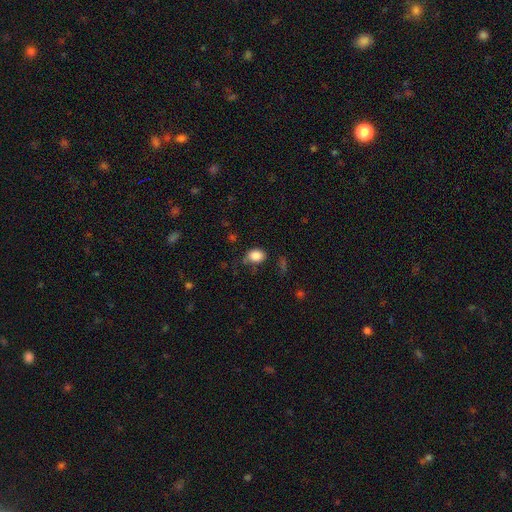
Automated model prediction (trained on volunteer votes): smooth-or-featured: smooth: 85% | star or artifact: 10% | featured or disk: 5%
  how-rounded: in between: 66% | round: 33% | cigar-shaped: 1%
  merging: none: 61% | minor disturbance: 26% | major disturbance: 10% | merger: 3%